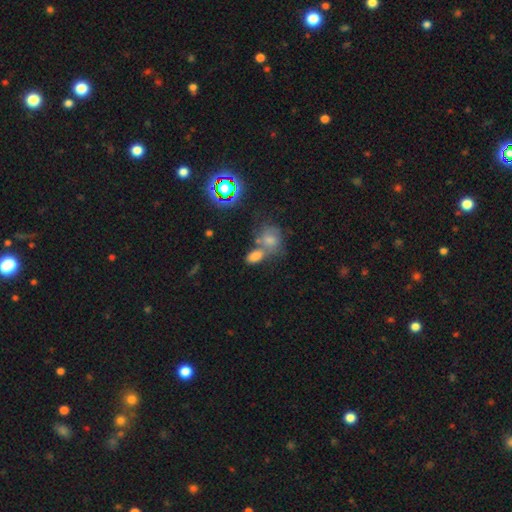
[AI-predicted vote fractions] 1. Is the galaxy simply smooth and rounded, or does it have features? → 72% smooth, 17% star or artifact, 11% featured or disk.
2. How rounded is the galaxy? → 84% in between, 13% round, 3% cigar-shaped.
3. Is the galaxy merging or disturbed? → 44% merger, 39% none, 12% minor disturbance, 6% major disturbance.